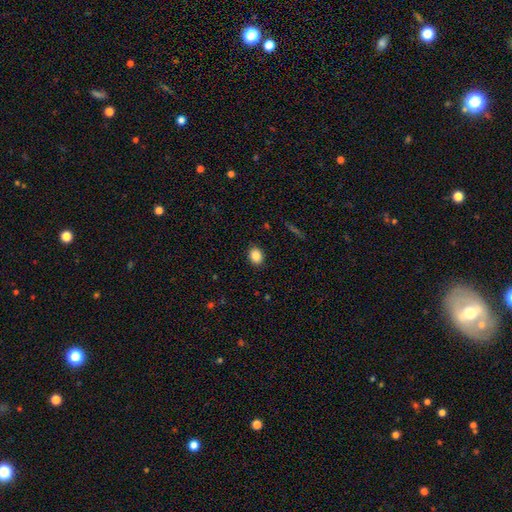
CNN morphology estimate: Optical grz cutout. It shows a smooth galaxy with no disk features (86%) that is in between round and cigar-shaped (56%). Merging: none (89%).